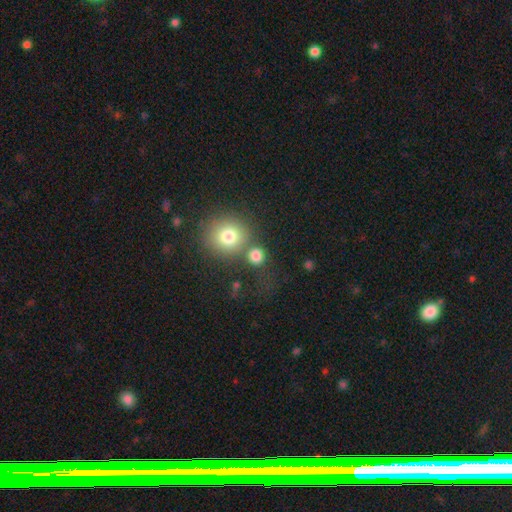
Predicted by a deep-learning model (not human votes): Smooth or featured: smooth — 81% (star or artifact — 12%)
How rounded: round — 85% (in between — 14%)
Merging: none — 61% (merger — 23%)